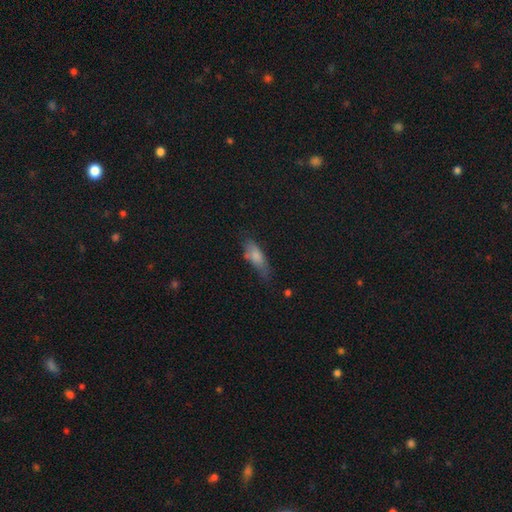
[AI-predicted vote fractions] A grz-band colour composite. It shows a smooth galaxy with no disk features (76%) that is in between round and cigar-shaped (65%). Merging: none (47%).